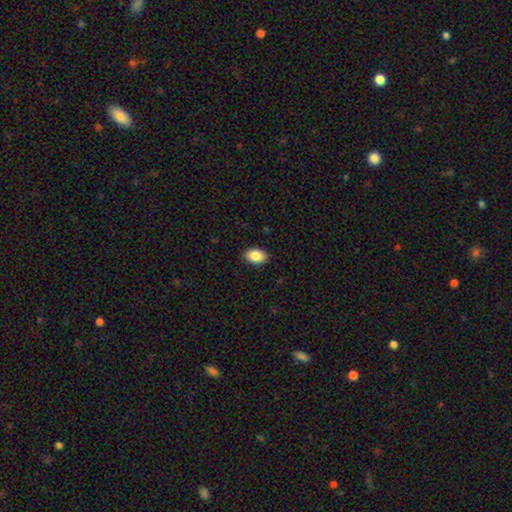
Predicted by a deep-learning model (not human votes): A smooth galaxy with no disk features (87%) that is in between round and cigar-shaped (88%).

Vote fractions:
- Smooth or featured? smooth: 87% / star or artifact: 7% / featured or disk: 5%
- How rounded? in between: 88% / round: 11% / cigar-shaped: 1%
- Merging? none: 90% / minor disturbance: 8% / major disturbance: 2% / merger: 1%